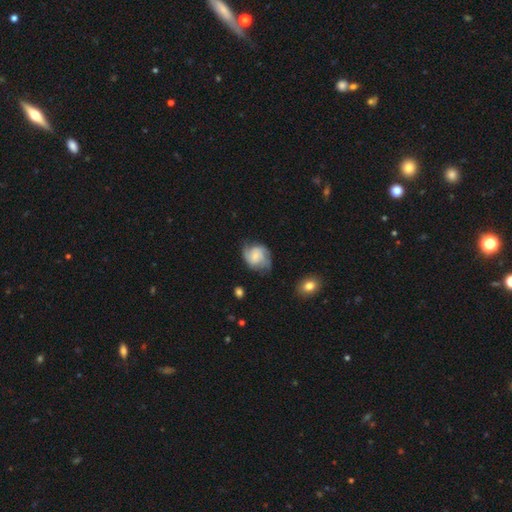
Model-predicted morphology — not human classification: type=featured or disk (65%); edge-on=no (98%); bar=no (64%); spiral arms=yes (92%); winding=medium (43%); arm count=2 (52%); bulge=small (57%); merging=none (60%).